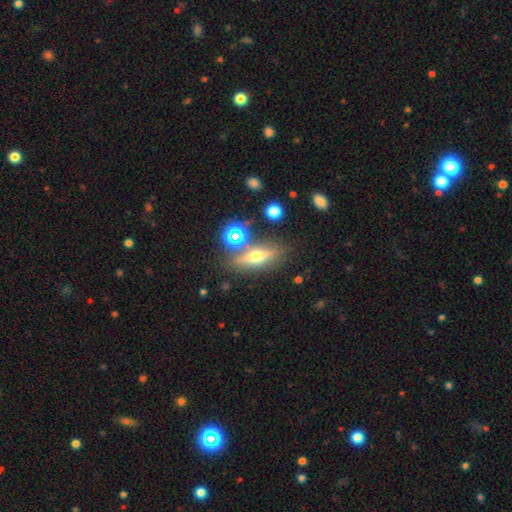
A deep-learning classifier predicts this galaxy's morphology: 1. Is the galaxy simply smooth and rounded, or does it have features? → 49% featured or disk, 35% smooth, 15% star or artifact.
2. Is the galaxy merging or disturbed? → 77% none, 12% minor disturbance, 8% merger, 4% major disturbance.